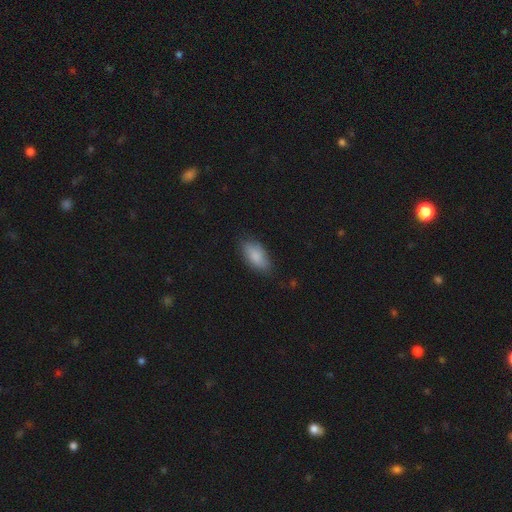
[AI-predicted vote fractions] A smooth galaxy with no disk features (84%) that is in between round and cigar-shaped (89%).

Vote fractions:
- Smooth or featured? smooth: 84% / featured or disk: 10% / star or artifact: 6%
- How rounded? in between: 89% / cigar-shaped: 8% / round: 2%
- Merging? none: 76% / minor disturbance: 19% / major disturbance: 4% / merger: 1%